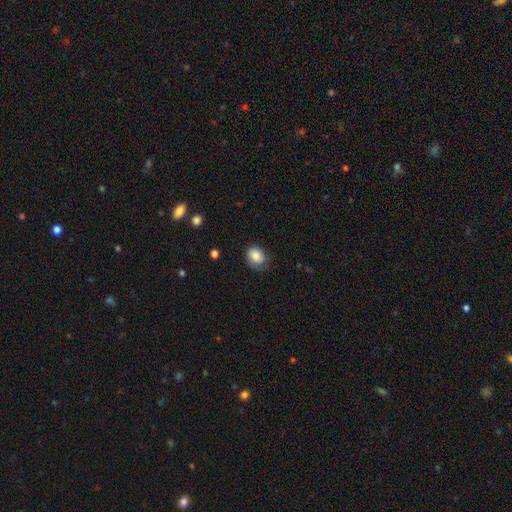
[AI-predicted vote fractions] A smooth galaxy with no disk features (83%) that is in between round and cigar-shaped (59%). Merging: none (61%).